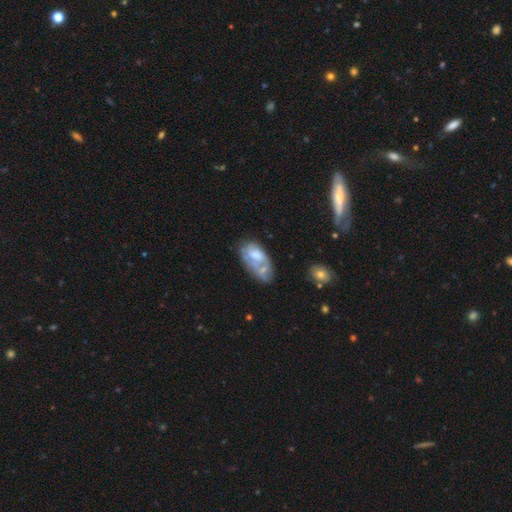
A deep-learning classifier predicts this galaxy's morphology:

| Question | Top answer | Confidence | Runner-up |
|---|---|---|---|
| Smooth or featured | featured or disk | 49% | smooth (44%) |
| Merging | none | 32% | merger (25%) |